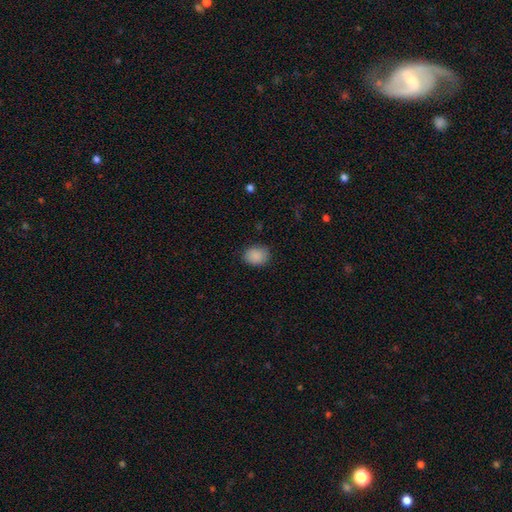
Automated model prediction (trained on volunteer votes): The model was most divided on "how rounded": in between: 52%, round: 47%, cigar-shaped: 1%. More confident: smooth or featured — smooth (88%); merging — none (83%).